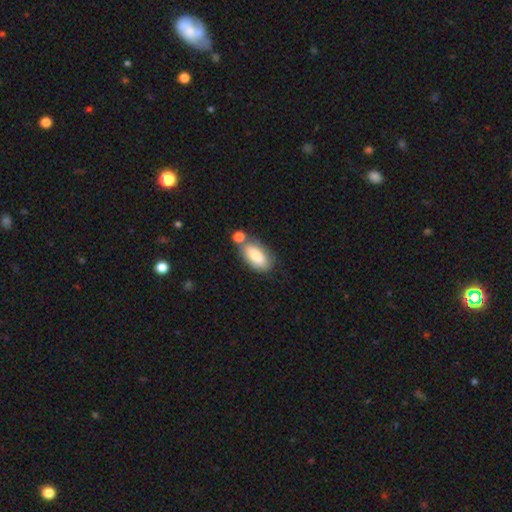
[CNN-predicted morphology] A smooth galaxy with no disk features (80%) that is in between round and cigar-shaped (90%).

Vote fractions:
- Smooth or featured? smooth: 80% / featured or disk: 13% / star or artifact: 6%
- How rounded? in between: 90% / cigar-shaped: 6% / round: 3%
- Merging? none: 49% / merger: 29% / minor disturbance: 17% / major disturbance: 5%